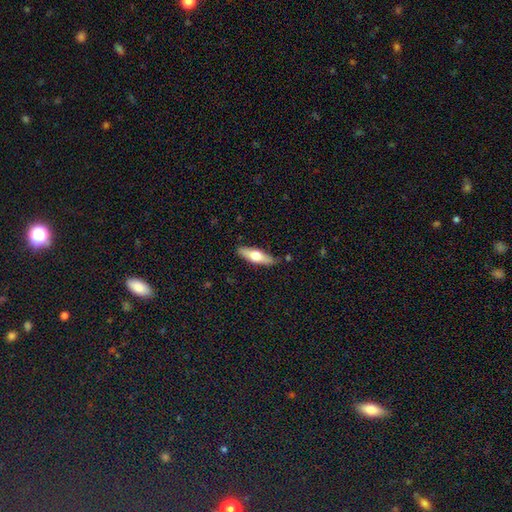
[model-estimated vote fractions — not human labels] Smooth or featured? smooth (56%)
How rounded? cigar-shaped (51%)
Merging? none (84%)